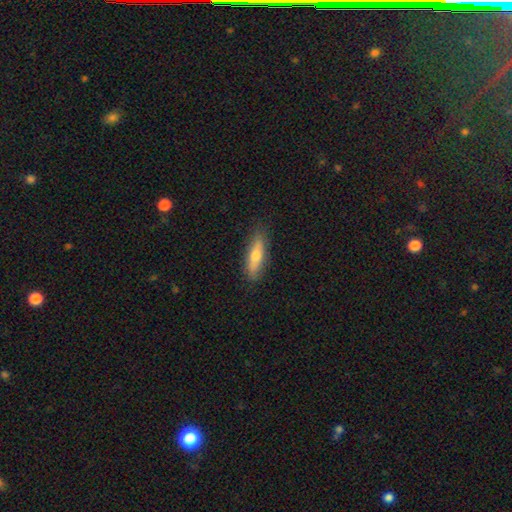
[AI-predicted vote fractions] This is possibly a smooth galaxy (59%). How rounded: likely cigar-shaped (68%). Merging: clearly none (85%).